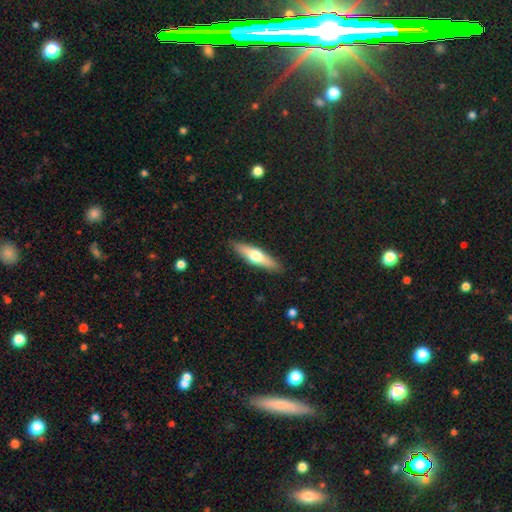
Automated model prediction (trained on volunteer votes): Smooth or featured: smooth — 50% (featured or disk — 44%)
How rounded: cigar-shaped — 68% (in between — 30%)
Merging: none — 88% (minor disturbance — 9%)